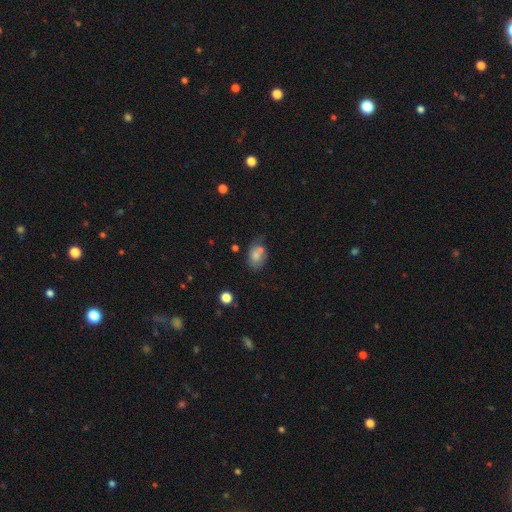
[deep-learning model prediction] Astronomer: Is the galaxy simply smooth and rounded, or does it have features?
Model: smooth — 71%.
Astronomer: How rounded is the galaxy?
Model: in between — 76%.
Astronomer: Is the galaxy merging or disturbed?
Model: none — 47% (runner-up: merger, 23%).